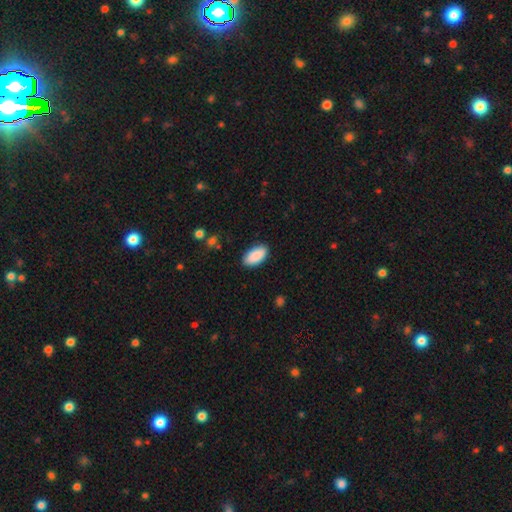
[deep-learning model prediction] smooth-or-featured: smooth: 90% | star or artifact: 6% | featured or disk: 4%
  how-rounded: in between: 95% | cigar-shaped: 3% | round: 2%
  merging: none: 87% | minor disturbance: 10% | major disturbance: 2% | merger: 1%